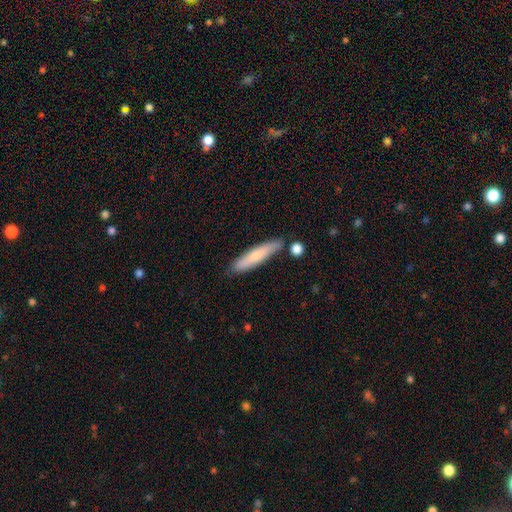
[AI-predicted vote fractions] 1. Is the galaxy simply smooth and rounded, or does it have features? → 71% smooth, 24% featured or disk, 6% star or artifact.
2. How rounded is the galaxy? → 87% cigar-shaped, 11% in between, 1% round.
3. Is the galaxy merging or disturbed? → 80% none, 12% minor disturbance, 5% merger, 2% major disturbance.